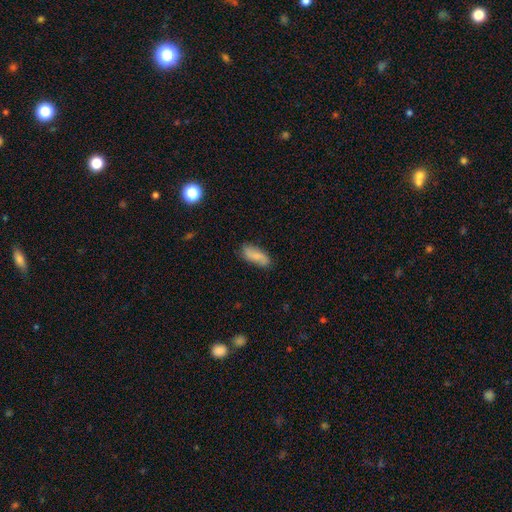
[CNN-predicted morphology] Smooth or featured: smooth — 65% (featured or disk — 28%)
How rounded: in between — 77% (cigar-shaped — 20%)
Merging: none — 77% (minor disturbance — 18%)